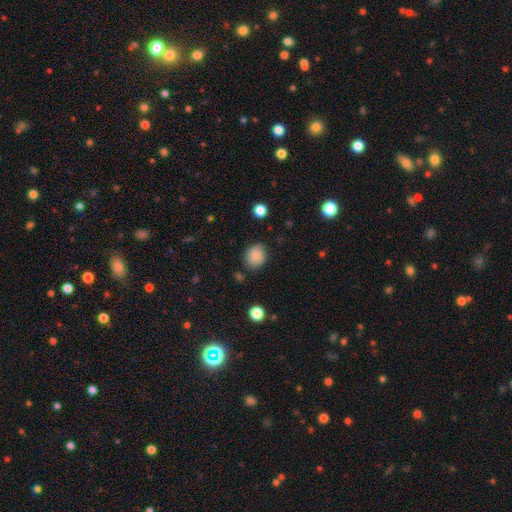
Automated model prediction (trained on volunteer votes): Smooth or featured? Predicted: smooth (p=0.86). How rounded? Predicted: round (p=0.63). Merging? Predicted: none (p=0.77).